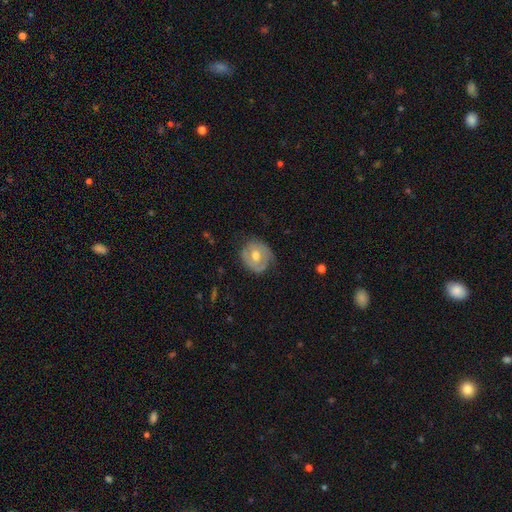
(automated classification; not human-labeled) A featured or disk galaxy (58%) with no bar (59%), spiral arms (59%) and a moderate central bulge (76%). Merging: none (71%).